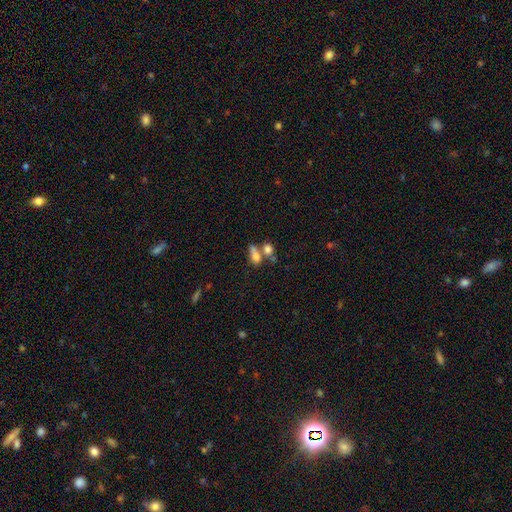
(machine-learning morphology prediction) Q: Smooth or featured?
A: smooth (75%); runner-up: featured or disk (15%)
Q: How rounded?
A: in between (66%); runner-up: round (25%)
Q: Merging?
A: merger (49%); runner-up: none (33%)